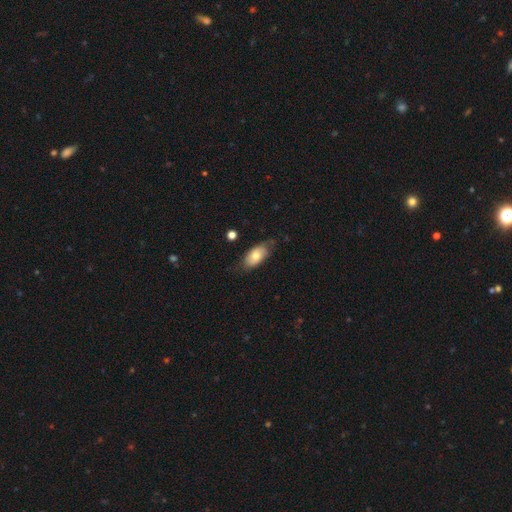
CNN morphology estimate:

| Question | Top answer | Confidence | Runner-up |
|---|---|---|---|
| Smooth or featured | smooth | 70% | featured or disk (23%) |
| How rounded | in between | 92% | cigar-shaped (4%) |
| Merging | none | 68% | minor disturbance (24%) |